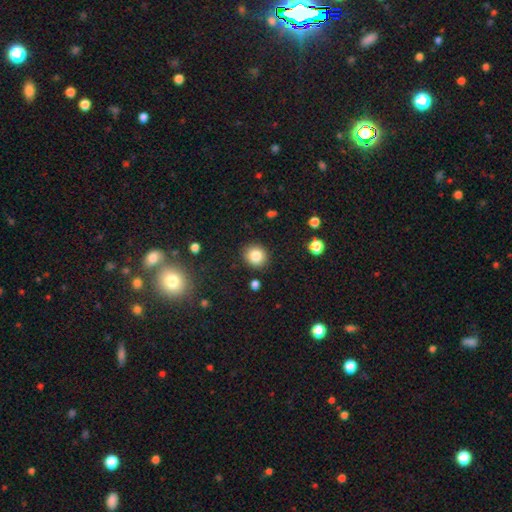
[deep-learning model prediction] Morphology: type=smooth (84%); roundness=round (85%); merging=none (88%).